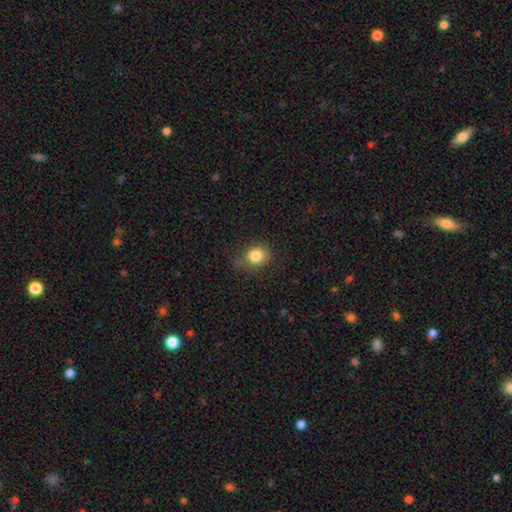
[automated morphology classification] Smooth or featured? Predicted: smooth (p=0.83). How rounded? Predicted: round (p=0.81). Merging? Predicted: none (p=0.73).